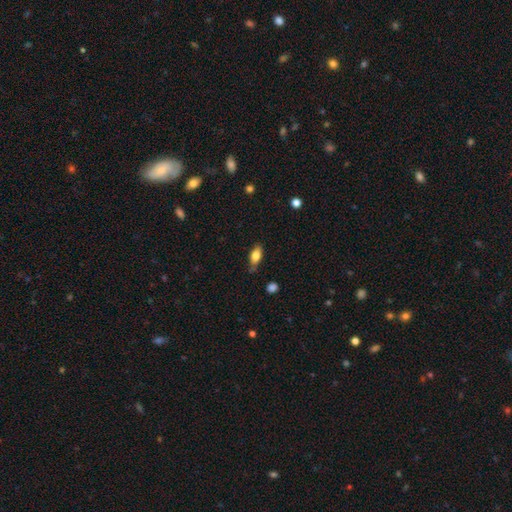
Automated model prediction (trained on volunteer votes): smooth_or_featured: smooth (p=0.79) [alt: featured or disk p=0.14]
how_rounded: in between (p=0.85) [alt: cigar-shaped p=0.11]
merging: none (p=0.69) [alt: minor disturbance p=0.24]